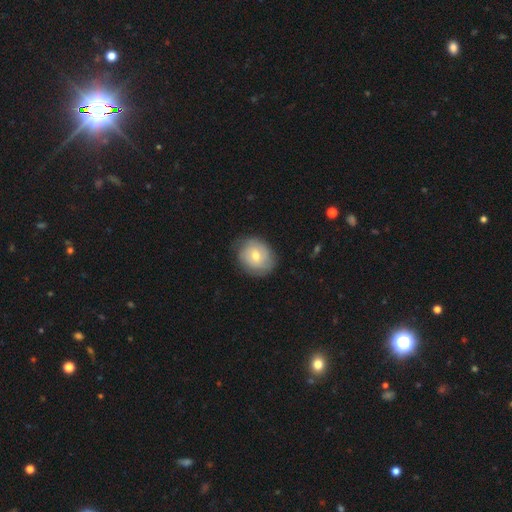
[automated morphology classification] The model was most divided on "smooth or featured": smooth: 54%, featured or disk: 39%, star or artifact: 7%. More confident: merging — none (76%); how rounded — round (69%).